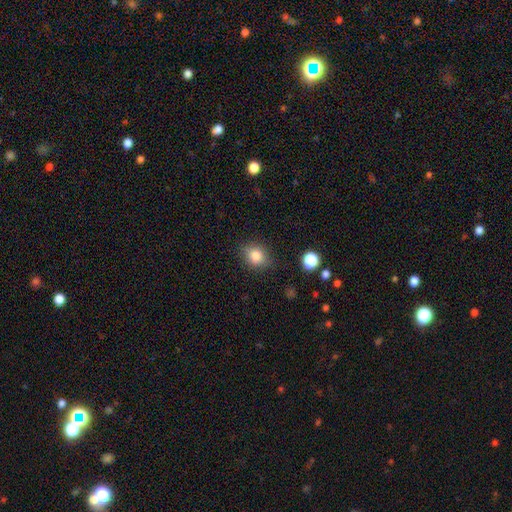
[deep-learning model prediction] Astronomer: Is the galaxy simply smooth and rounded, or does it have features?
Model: smooth — 80%.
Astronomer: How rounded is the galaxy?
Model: round — 56% (runner-up: in between, 43%).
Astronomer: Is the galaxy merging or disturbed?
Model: none — 79%.